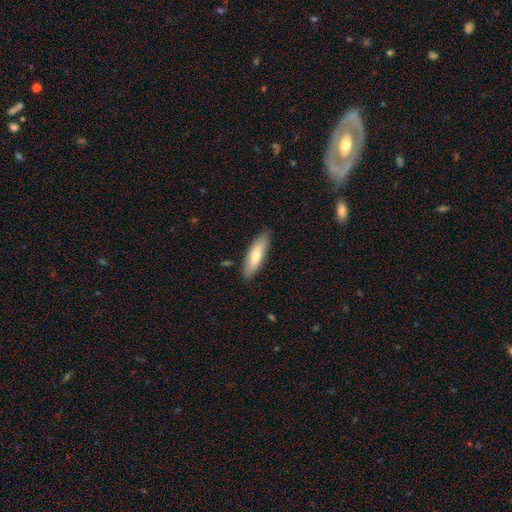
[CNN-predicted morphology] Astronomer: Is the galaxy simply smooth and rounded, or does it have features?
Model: smooth — 66%.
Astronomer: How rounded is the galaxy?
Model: cigar-shaped — 53% (runner-up: in between, 45%).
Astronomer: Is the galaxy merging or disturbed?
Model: none — 86%.